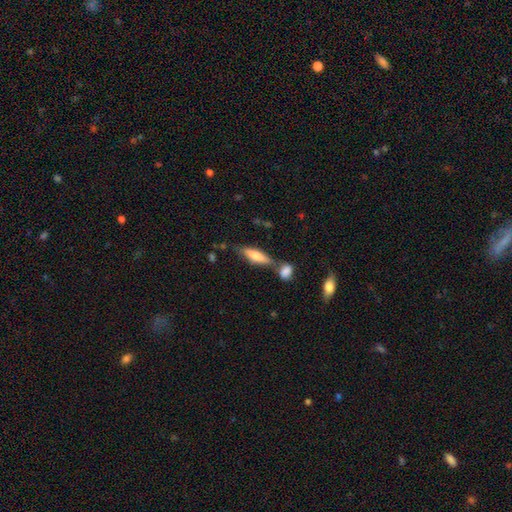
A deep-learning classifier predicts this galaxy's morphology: smooth 64%, featured or disk 29%, star or artifact 6%. Down the decision tree: how rounded — cigar-shaped (56%); merging — none (58%).